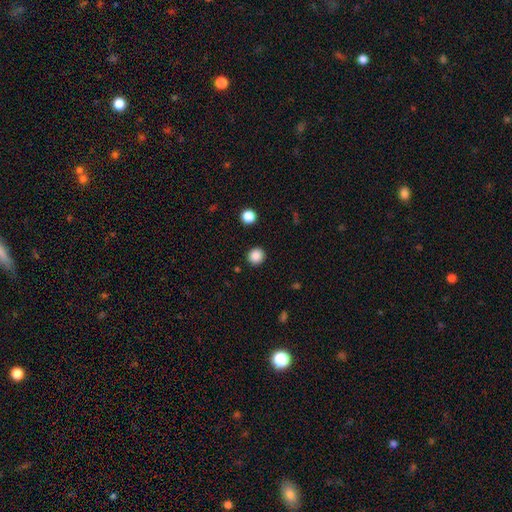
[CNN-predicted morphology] type=smooth (87%); roundness=round (92%); merging=none (91%).